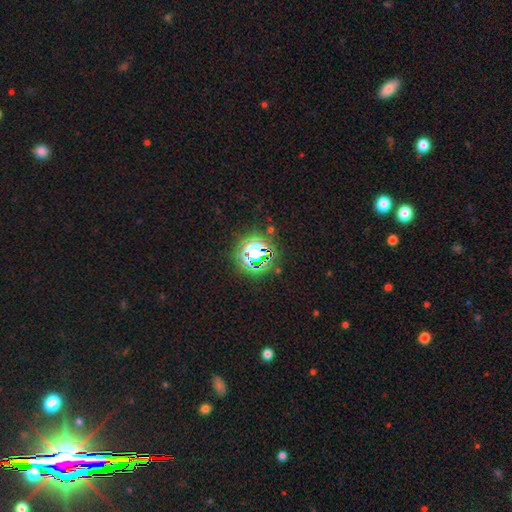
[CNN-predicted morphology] Q: Smooth or featured?
A: star or artifact (71%); runner-up: smooth (20%)